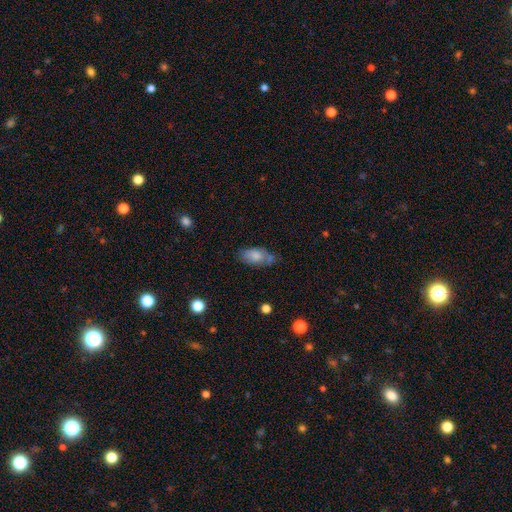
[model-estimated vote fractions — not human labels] A smooth galaxy with no disk features (76%) that is in between round and cigar-shaped (90%).

Vote fractions:
- Smooth or featured? smooth: 76% / featured or disk: 17% / star or artifact: 7%
- How rounded? in between: 90% / cigar-shaped: 6% / round: 4%
- Merging? none: 60% / minor disturbance: 26% / major disturbance: 7% / merger: 7%